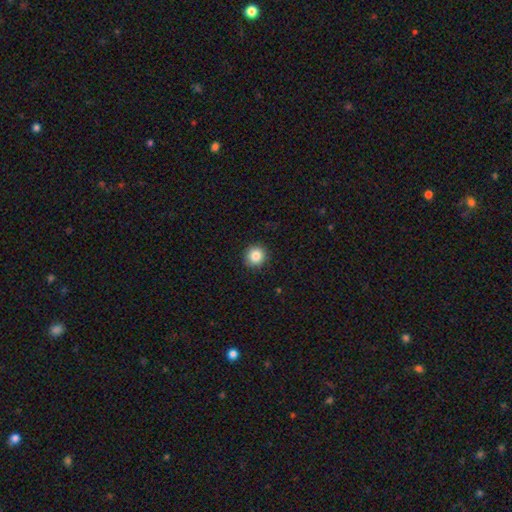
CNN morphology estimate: Overall: smooth (85%). How rounded: round (93%). Merging: none (92%).